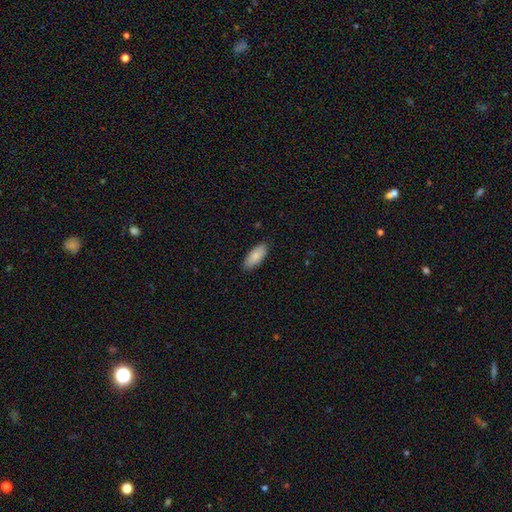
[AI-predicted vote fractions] smooth 85%, featured or disk 9%, star or artifact 6%. Down the decision tree: how rounded — in between (85%); merging — none (88%).